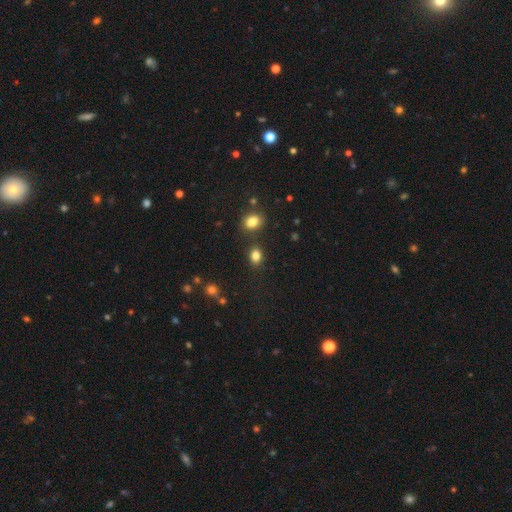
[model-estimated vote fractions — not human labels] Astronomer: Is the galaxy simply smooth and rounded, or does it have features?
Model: smooth — 83%.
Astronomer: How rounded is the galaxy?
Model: in between — 65%.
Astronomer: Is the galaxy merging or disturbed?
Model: none — 79%.